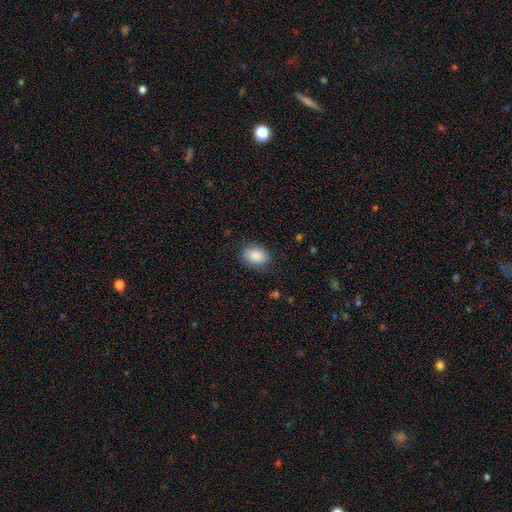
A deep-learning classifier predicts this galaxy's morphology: The model was most divided on "how rounded": in between: 77%, round: 22%, cigar-shaped: 1%. More confident: smooth or featured — smooth (88%); merging — none (79%).